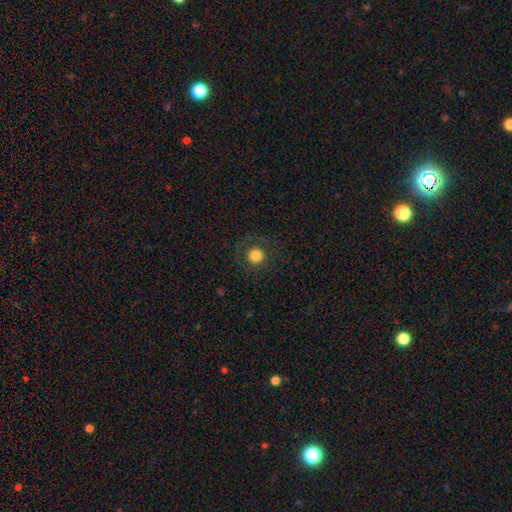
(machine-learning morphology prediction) A smooth galaxy with no disk features (76%) that is round (95%).

Vote fractions:
- Smooth or featured? smooth: 76% / featured or disk: 13% / star or artifact: 12%
- How rounded? round: 95% / in between: 4% / cigar-shaped: 1%
- Merging? none: 83% / minor disturbance: 9% / major disturbance: 7% / merger: 1%